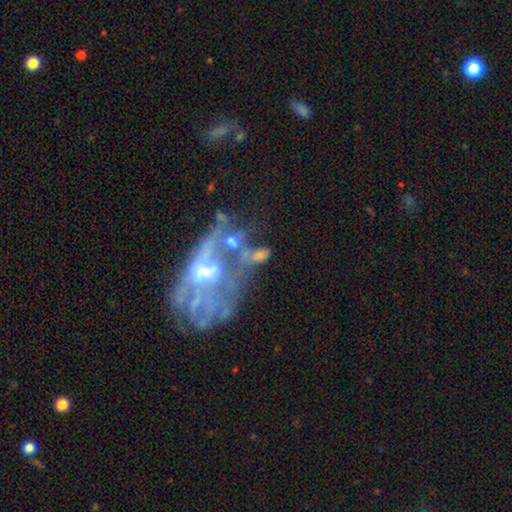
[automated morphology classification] type=featured or disk (49%); merging=merger (41%).